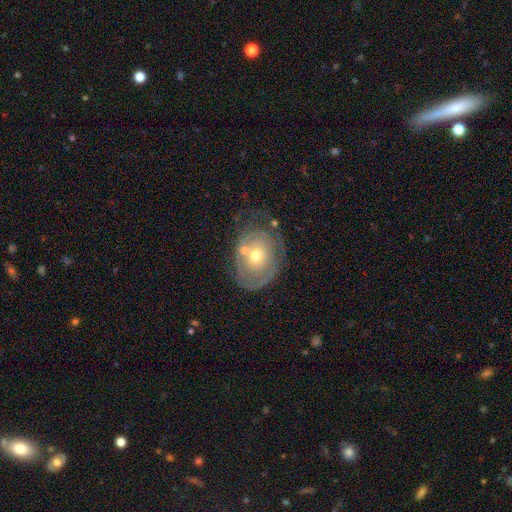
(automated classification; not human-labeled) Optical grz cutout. It shows a featured or disk galaxy (68%) with no bar (87%), spiral arms (64%) and a moderate central bulge (53%). Merging: none (52%).